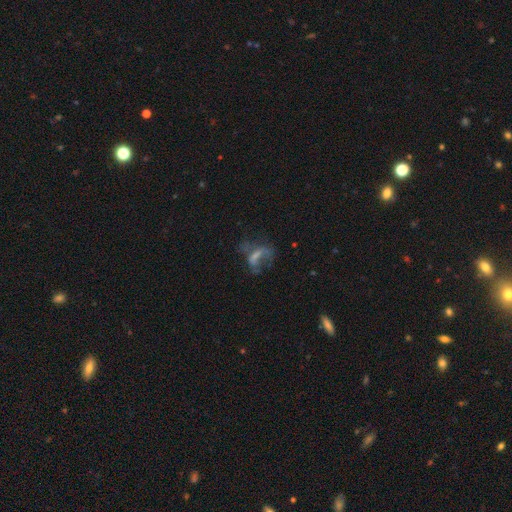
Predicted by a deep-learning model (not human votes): Smooth or featured? Predicted: featured or disk (p=0.44). Merging? Predicted: major disturbance (p=0.47).